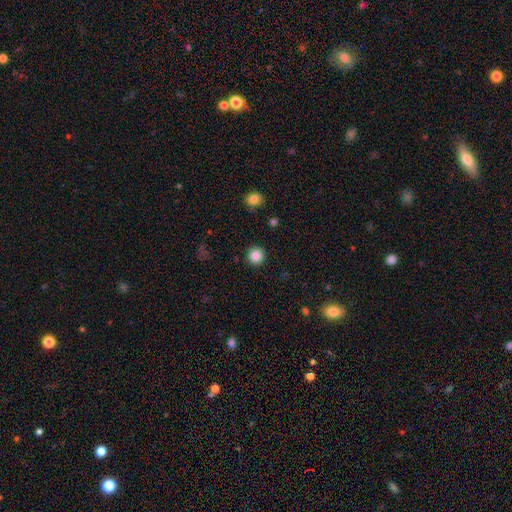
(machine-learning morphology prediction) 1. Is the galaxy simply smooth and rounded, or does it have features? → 86% smooth, 10% star or artifact, 4% featured or disk.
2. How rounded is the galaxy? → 95% round, 4% in between, 1% cigar-shaped.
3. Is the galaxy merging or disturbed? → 92% none, 5% minor disturbance, 2% major disturbance, 1% merger.